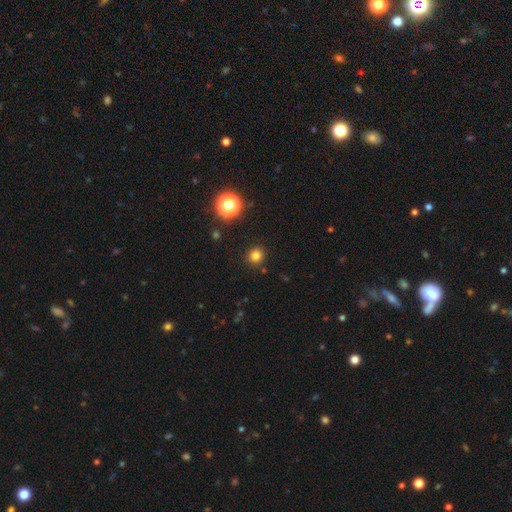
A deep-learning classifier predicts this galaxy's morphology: This is likely a smooth galaxy (80%). How rounded: clearly round (90%). Merging: clearly none (91%).